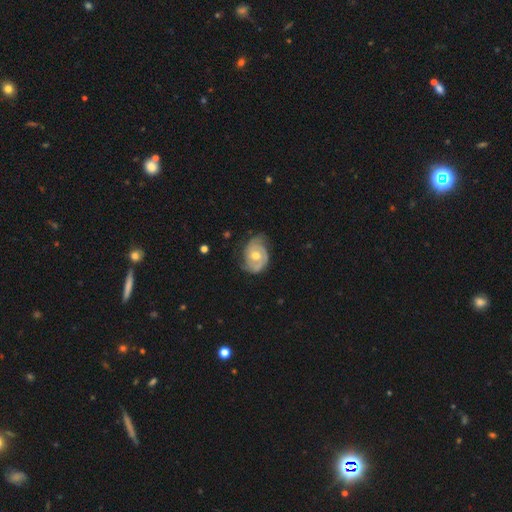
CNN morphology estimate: Q: Smooth or featured?
A: featured or disk (75%); runner-up: smooth (19%)
Q: Edge-on disk?
A: no (97%); runner-up: yes (3%)
Q: Bar?
A: no (72%); runner-up: weak (23%)
Q: Spiral arms?
A: yes (88%); runner-up: no (12%)
Q: Spiral winding?
A: tight (57%); runner-up: medium (32%)
Q: Spiral arm count?
A: 2 (58%); runner-up: can't tell (21%)
Q: Bulge size?
A: moderate (74%); runner-up: small (20%)
Q: Merging?
A: none (62%); runner-up: minor disturbance (27%)